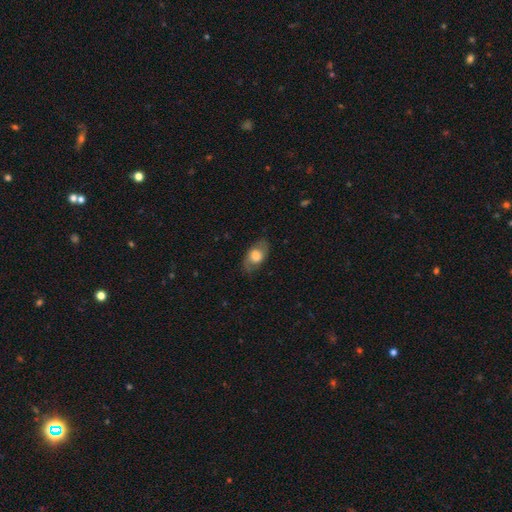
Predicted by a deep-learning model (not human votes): This is likely a smooth galaxy (62%). How rounded: clearly in between (88%). Merging: likely none (78%).